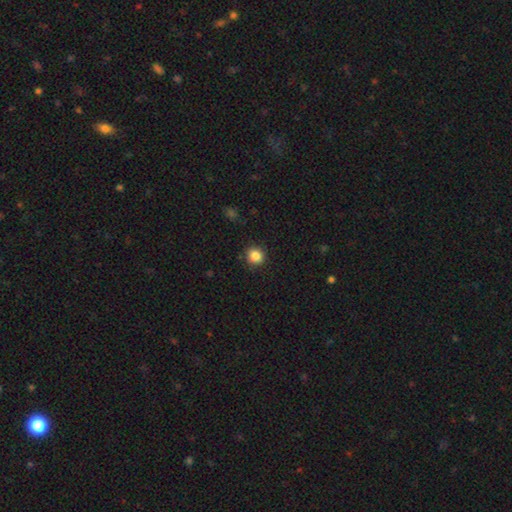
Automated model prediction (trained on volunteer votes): The model was most divided on "smooth or featured": smooth: 86%, star or artifact: 11%, featured or disk: 4%. More confident: merging — none (88%); how rounded — round (88%).